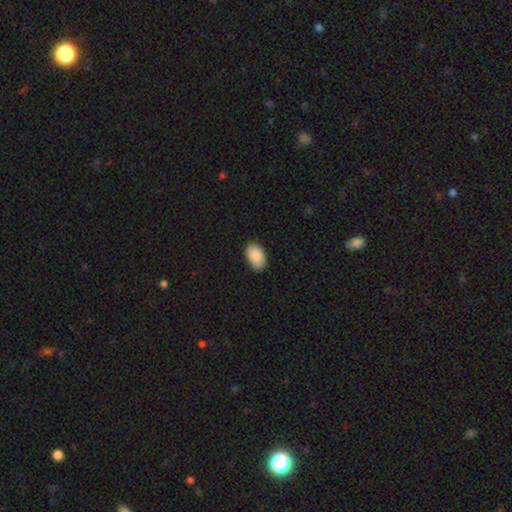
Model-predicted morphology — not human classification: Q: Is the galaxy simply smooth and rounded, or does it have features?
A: smooth — 90%.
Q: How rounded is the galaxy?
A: in between — 93%.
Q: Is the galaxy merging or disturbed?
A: none — 86%.